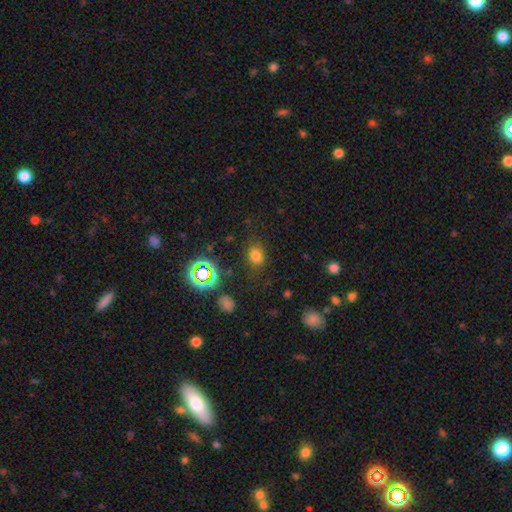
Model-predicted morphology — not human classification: A smooth galaxy with no disk features (70%) that is round (51%). Merging: none (76%).